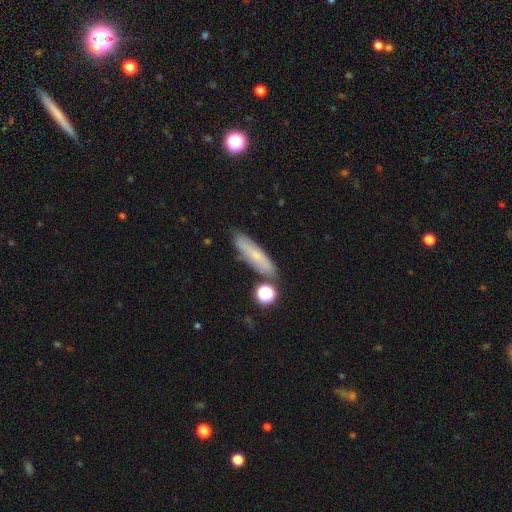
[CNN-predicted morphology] This appears to be a smooth galaxy with no disk features (64%) that is cigar-shaped (69%). Merging: none (77%).